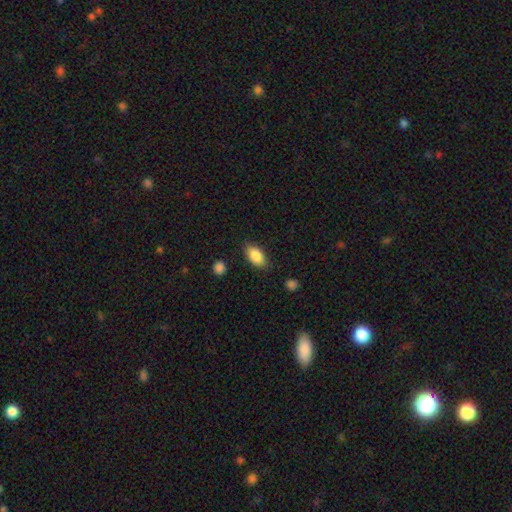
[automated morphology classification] smooth_or_featured: smooth (p=0.86) [alt: star or artifact p=0.07]
how_rounded: in between (p=0.91) [alt: round p=0.05]
merging: none (p=0.83) [alt: minor disturbance p=0.12]